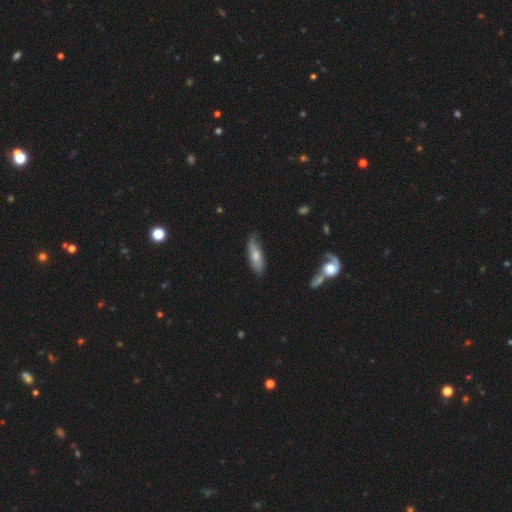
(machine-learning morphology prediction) Smooth or featured?
  - smooth: 65% *
  - featured or disk: 29%
  - star or artifact: 6%
How rounded?
  - in between: 52% *
  - cigar-shaped: 46%
  - round: 2%
Merging?
  - none: 61% *
  - minor disturbance: 31%
  - major disturbance: 6%
  - merger: 2%